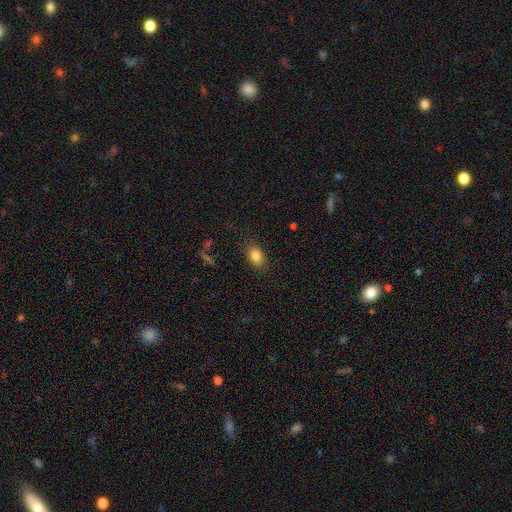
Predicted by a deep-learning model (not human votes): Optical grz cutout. It shows a smooth galaxy with no disk features (84%) that is in between round and cigar-shaped (83%). Merging: none (85%).